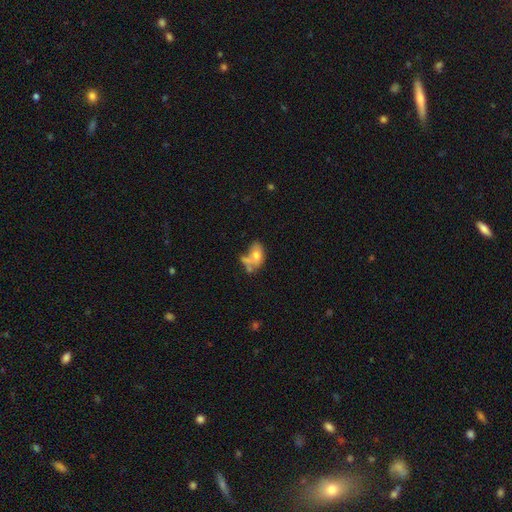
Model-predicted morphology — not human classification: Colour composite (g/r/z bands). It shows a smooth galaxy with no disk features (63%) that is in between round and cigar-shaped (83%). Merging: merger (39%).